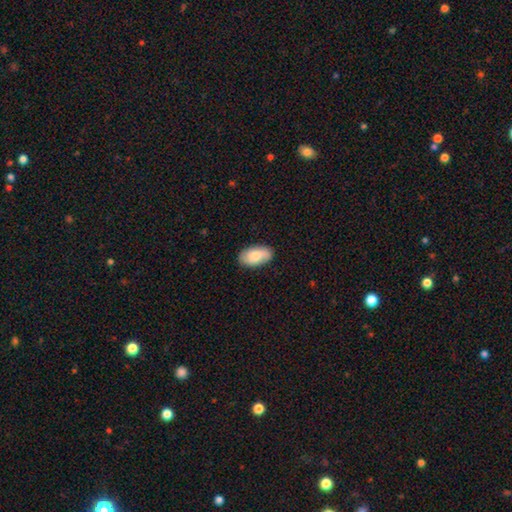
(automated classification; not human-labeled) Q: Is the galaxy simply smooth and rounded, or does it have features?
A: smooth — 75%.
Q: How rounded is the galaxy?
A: in between — 94%.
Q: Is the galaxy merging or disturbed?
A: none — 84%.